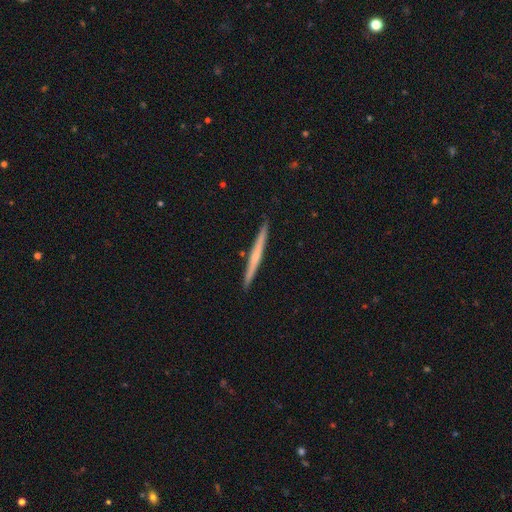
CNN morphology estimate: The model was most divided on "smooth or featured": featured or disk: 52%, smooth: 42%, star or artifact: 6%. More confident: edge-on disk — yes (98%); merging — none (92%); edge-on bulge — none (74%).